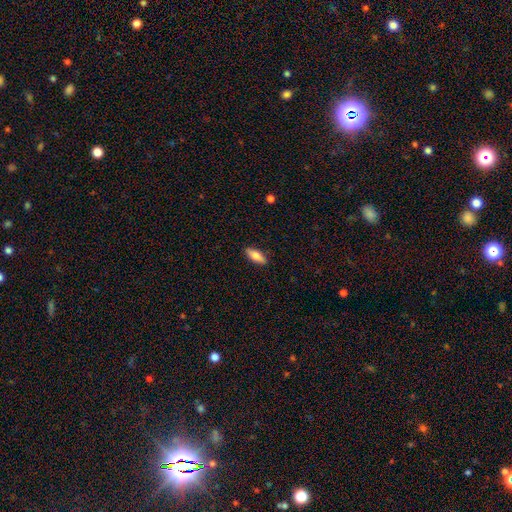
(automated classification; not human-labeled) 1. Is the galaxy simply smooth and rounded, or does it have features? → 76% smooth, 18% featured or disk, 6% star or artifact.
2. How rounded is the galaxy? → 69% in between, 29% cigar-shaped, 2% round.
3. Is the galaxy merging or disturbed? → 89% none, 8% minor disturbance, 2% major disturbance, 1% merger.